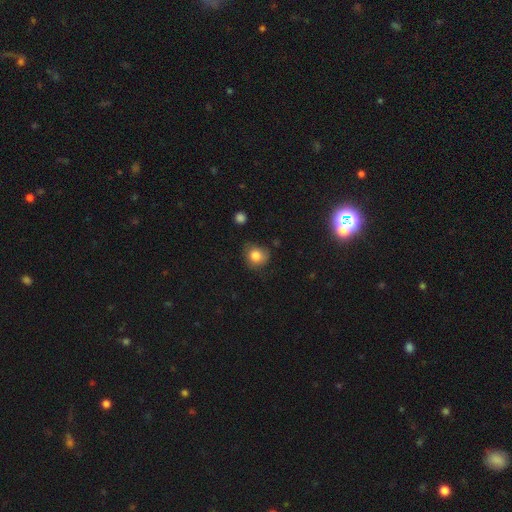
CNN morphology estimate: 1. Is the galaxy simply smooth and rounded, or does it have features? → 81% smooth, 10% star or artifact, 9% featured or disk.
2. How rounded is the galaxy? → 74% round, 25% in between, 1% cigar-shaped.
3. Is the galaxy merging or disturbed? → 66% none, 26% minor disturbance, 7% major disturbance, 2% merger.